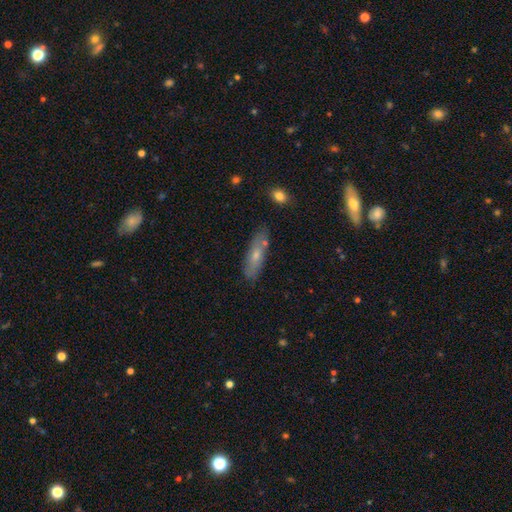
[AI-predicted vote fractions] smooth_or_featured: smooth (p=0.64) [alt: featured or disk p=0.29]
how_rounded: cigar-shaped (p=0.54) [alt: in between p=0.43]
merging: none (p=0.74) [alt: minor disturbance p=0.16]